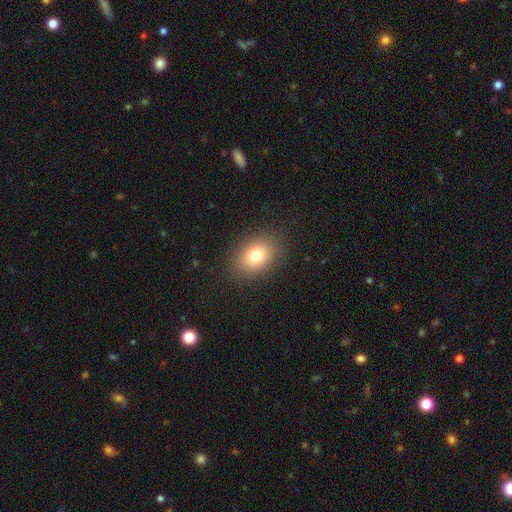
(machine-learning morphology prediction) A smooth galaxy with no disk features (78%) that is in between round and cigar-shaped (70%). Merging: none (87%).